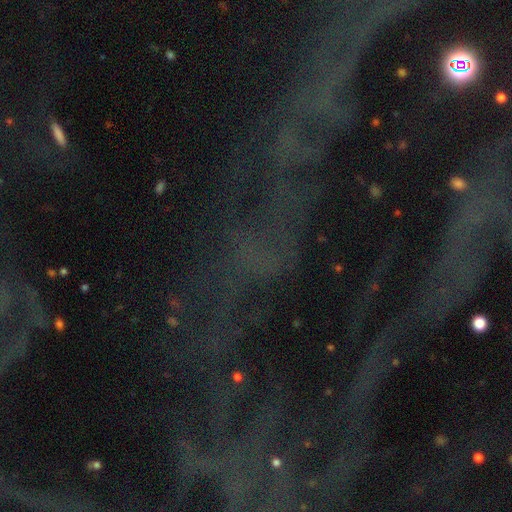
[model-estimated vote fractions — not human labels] star or artifact 72%, featured or disk 17%, smooth 11%.